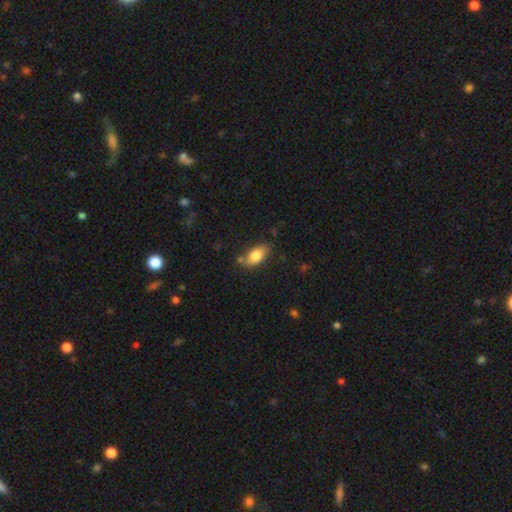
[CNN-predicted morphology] This appears to be a smooth galaxy with no disk features (81%) that is in between round and cigar-shaped (90%). Merging: none (75%).